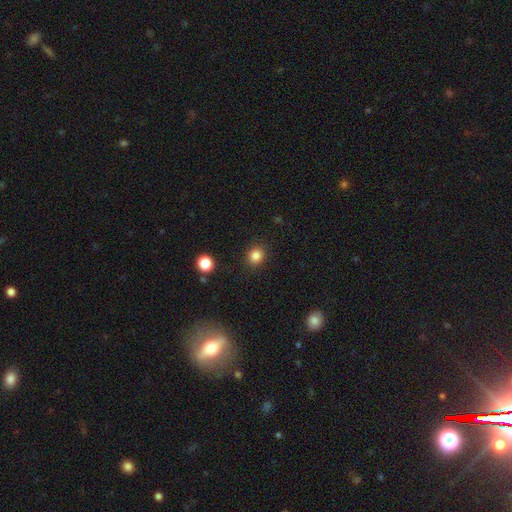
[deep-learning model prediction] Smooth or featured?
  - smooth: 85% *
  - star or artifact: 11%
  - featured or disk: 4%
How rounded?
  - round: 81% *
  - in between: 18%
  - cigar-shaped: 1%
Merging?
  - none: 89% *
  - minor disturbance: 7%
  - major disturbance: 2%
  - merger: 1%